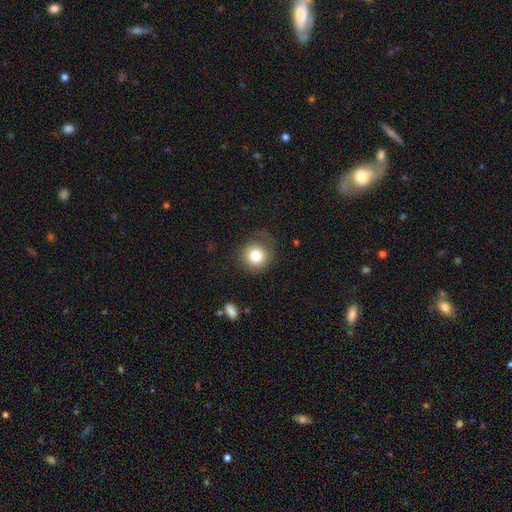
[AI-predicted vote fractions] Smooth or featured? Predicted: smooth (p=0.81). How rounded? Predicted: round (p=0.88). Merging? Predicted: none (p=0.69).